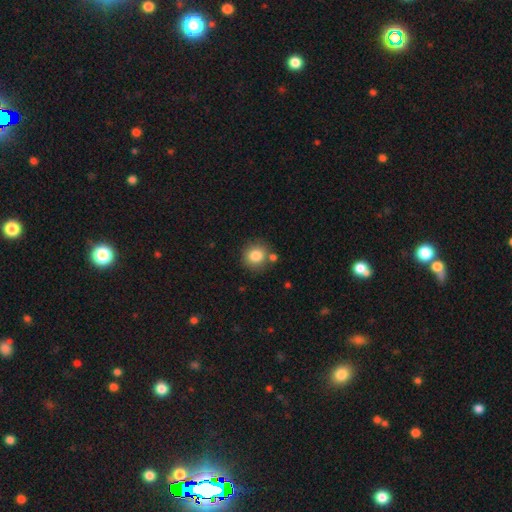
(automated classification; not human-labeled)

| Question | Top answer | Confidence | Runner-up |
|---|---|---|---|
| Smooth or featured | smooth | 83% | star or artifact (10%) |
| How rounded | round | 87% | in between (12%) |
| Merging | none | 77% | minor disturbance (11%) |